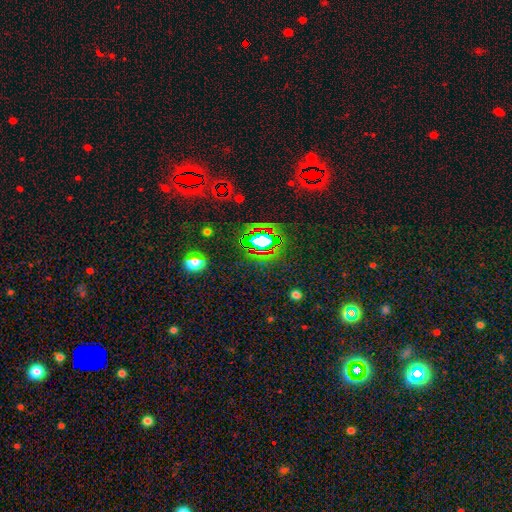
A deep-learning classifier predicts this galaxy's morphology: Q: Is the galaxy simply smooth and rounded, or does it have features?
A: star or artifact — 72%.